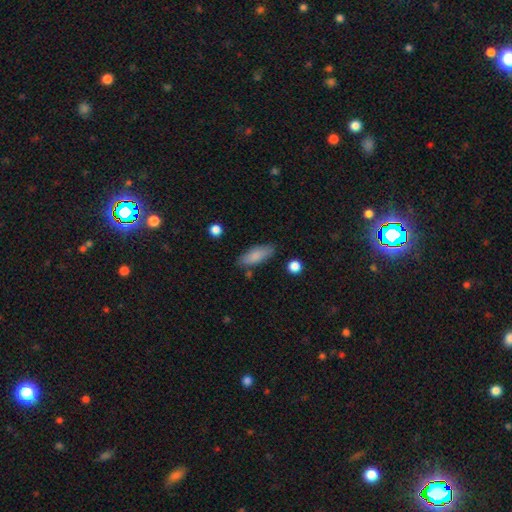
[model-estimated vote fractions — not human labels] A smooth galaxy with no disk features (83%) that is in between round and cigar-shaped (69%). Merging: none (80%).